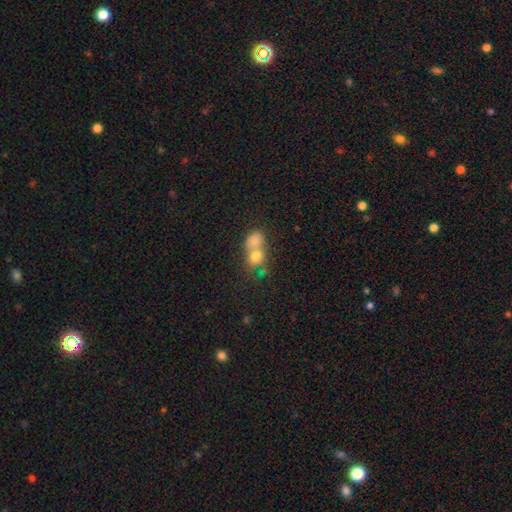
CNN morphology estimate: type=smooth (75%); roundness=round (66%); merging=merger (64%).